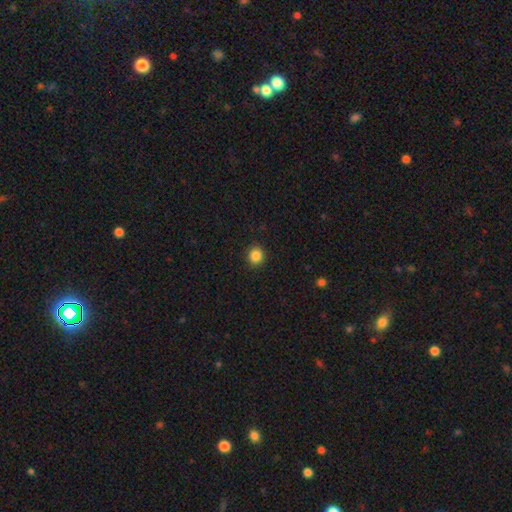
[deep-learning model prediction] Smooth or featured? Predicted: smooth (p=0.86). How rounded? Predicted: round (p=0.88). Merging? Predicted: none (p=0.91).